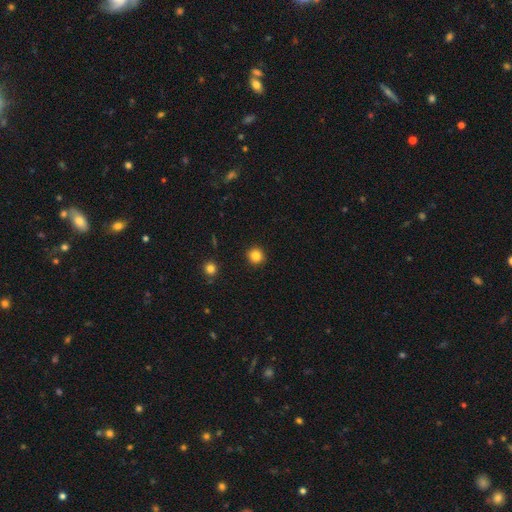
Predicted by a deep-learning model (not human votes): smooth_or_featured: smooth (p=0.84) [alt: star or artifact p=0.11]
how_rounded: round (p=0.94) [alt: in between p=0.05]
merging: none (p=0.92) [alt: minor disturbance p=0.05]